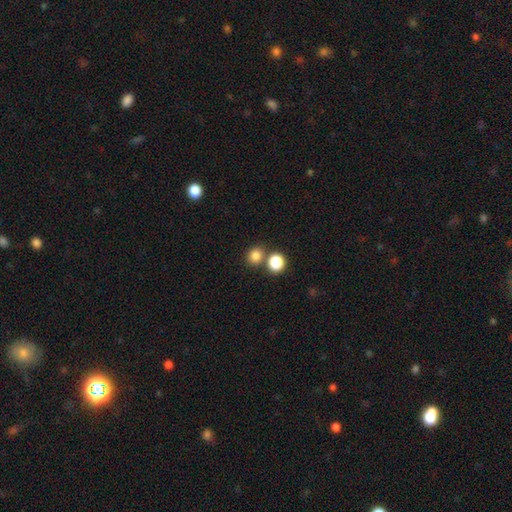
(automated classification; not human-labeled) A smooth galaxy with no disk features (81%) that is round (78%). Merging: none (67%).